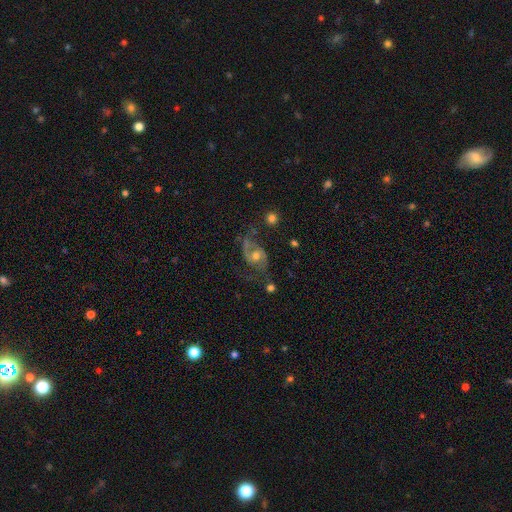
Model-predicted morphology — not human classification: Overall: featured or disk (80%). Edge-on disk: no (97%). Bar: no (60%; weak 32%). Spiral arms: yes (93%). Spiral arm count: 2 (87%). Spiral winding: medium (49%; loose 35%). Bulge size: moderate (63%; small 28%). Merging: none (65%).